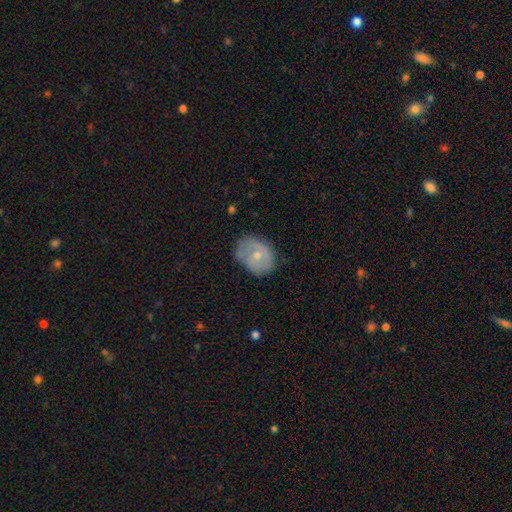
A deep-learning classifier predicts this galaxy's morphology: smooth 49%, featured or disk 43%, star or artifact 8%. Down the decision tree: merging — none (54%).